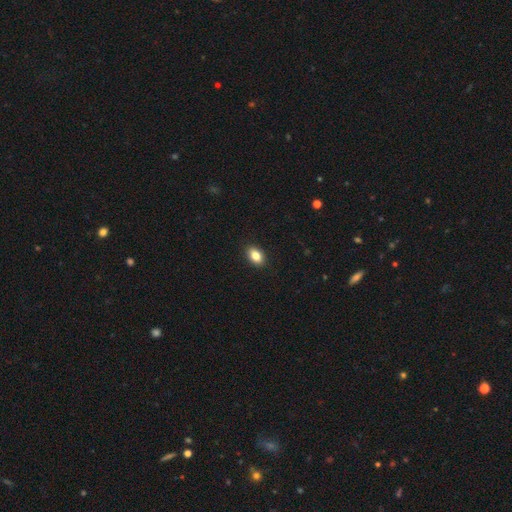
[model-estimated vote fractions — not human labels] This appears to be a smooth galaxy with no disk features (84%) that is in between round and cigar-shaped (86%). Merging: none (90%).